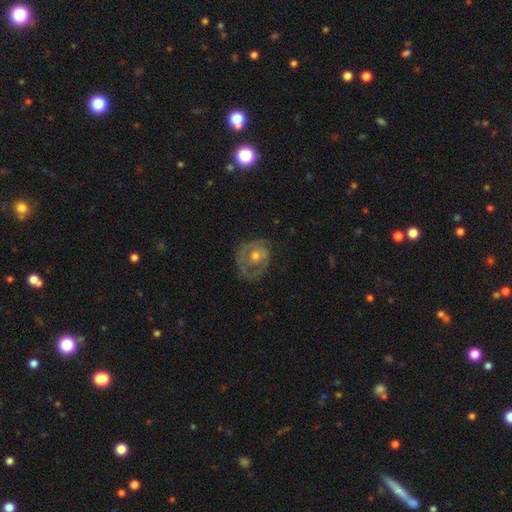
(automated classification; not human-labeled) This appears to be a featured or disk galaxy (63%) with no bar (83%), no spiral arms (54%) and a moderate central bulge (66%). Merging: none (60%).